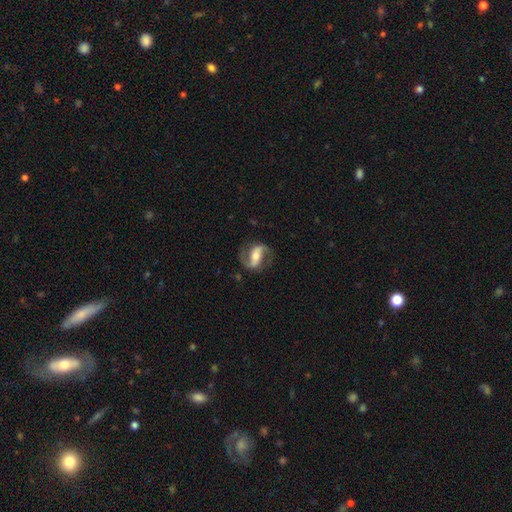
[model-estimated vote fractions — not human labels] smooth_or_featured: featured or disk (p=0.84) [alt: smooth p=0.11]
disk_edge_on: no (p=0.96) [alt: yes p=0.04]
bar: strong (p=0.54) [alt: weak p=0.28]
has_spiral_arms: yes (p=0.94) [alt: no p=0.06]
spiral_winding: medium (p=0.49) [alt: loose p=0.34]
spiral_arm_count: 2 (p=0.91) [alt: 1 p=0.03]
bulge_size: moderate (p=0.56) [alt: small p=0.28]
merging: none (p=0.79) [alt: minor disturbance p=0.13]